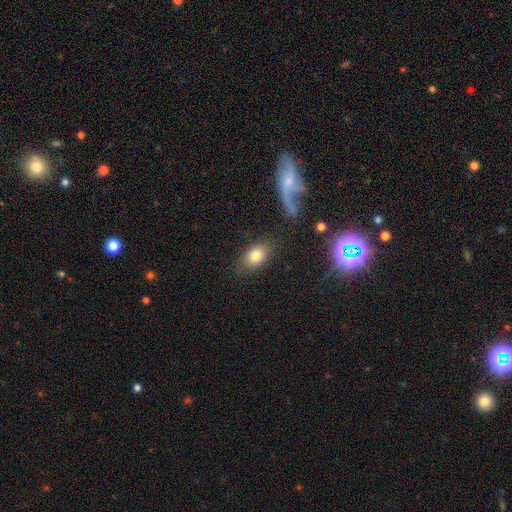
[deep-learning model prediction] A smooth galaxy with no disk features (80%) that is in between round and cigar-shaped (82%). Merging: none (78%).